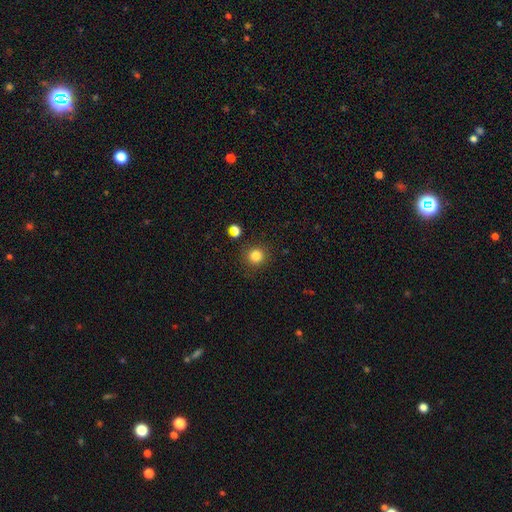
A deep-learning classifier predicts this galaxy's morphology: A smooth galaxy with no disk features (83%) that is round (91%). Merging: none (88%).